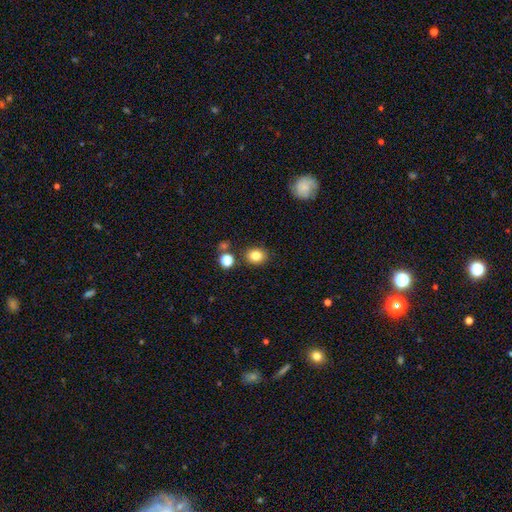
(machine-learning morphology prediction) Q: Smooth or featured?
A: smooth (83%); runner-up: star or artifact (11%)
Q: How rounded?
A: round (66%); runner-up: in between (33%)
Q: Merging?
A: none (84%); runner-up: minor disturbance (9%)